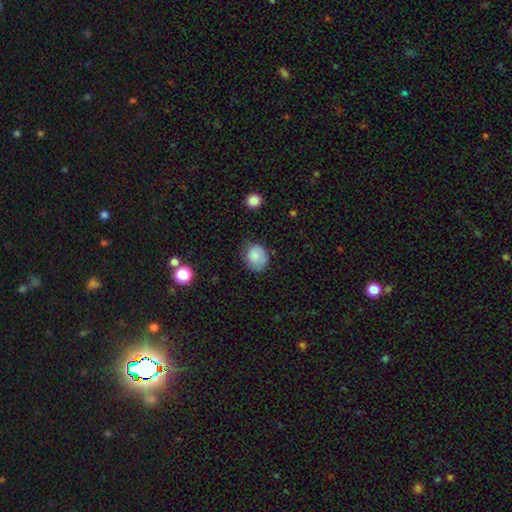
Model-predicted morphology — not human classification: smooth 83%, star or artifact 9%, featured or disk 8%. Down the decision tree: how rounded — round (57%); merging — none (62%).